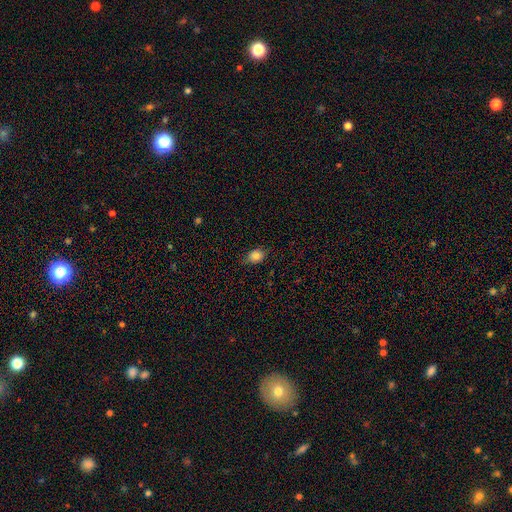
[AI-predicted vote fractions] Overall: smooth (85%). How rounded: in between (62%; round 37%). Merging: none (76%).